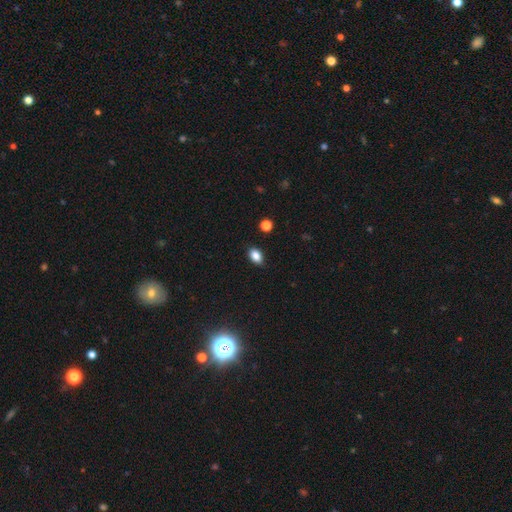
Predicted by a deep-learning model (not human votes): Smooth or featured?
  - smooth: 85% *
  - star or artifact: 10%
  - featured or disk: 5%
How rounded?
  - in between: 85% *
  - round: 12%
  - cigar-shaped: 2%
Merging?
  - none: 87% *
  - minor disturbance: 10%
  - major disturbance: 2%
  - merger: 1%